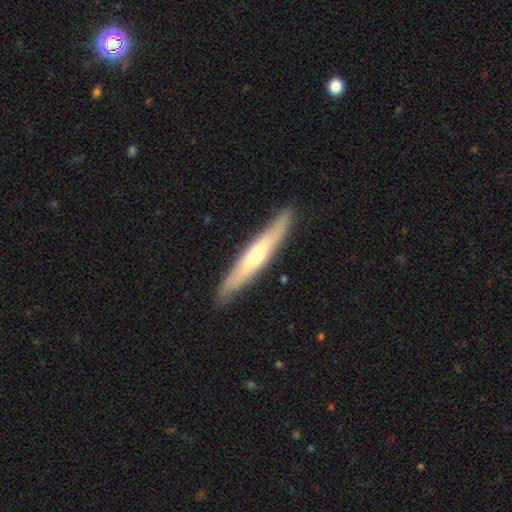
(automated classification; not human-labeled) This is possibly a featured or disk galaxy (57%). It is clearly viewed edge-on (87%). Merging: clearly none (88%).